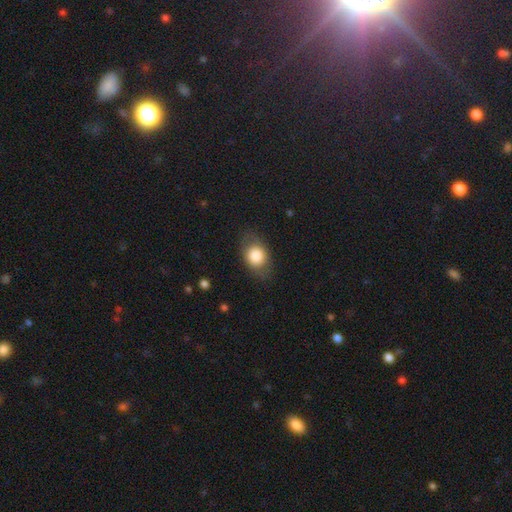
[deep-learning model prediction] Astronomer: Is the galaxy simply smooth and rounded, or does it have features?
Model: smooth — 78%.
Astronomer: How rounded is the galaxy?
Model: in between — 65%.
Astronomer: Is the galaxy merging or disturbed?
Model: none — 78%.